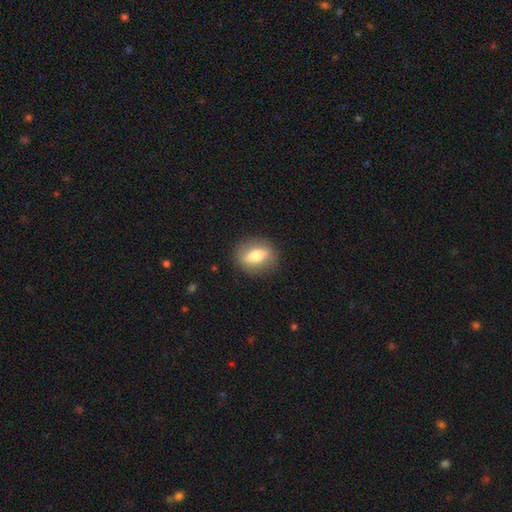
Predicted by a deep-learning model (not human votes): A smooth galaxy with no disk features (55%) that is in between round and cigar-shaped (54%). Merging: none (87%).